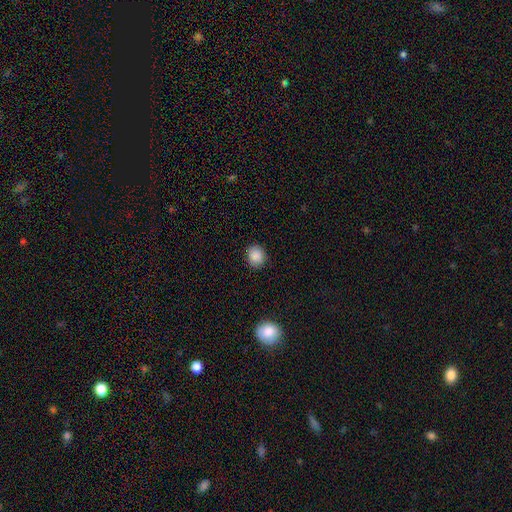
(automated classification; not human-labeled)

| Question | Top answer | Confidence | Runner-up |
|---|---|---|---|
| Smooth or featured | smooth | 87% | star or artifact (9%) |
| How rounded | round | 68% | in between (31%) |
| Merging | none | 87% | minor disturbance (9%) |